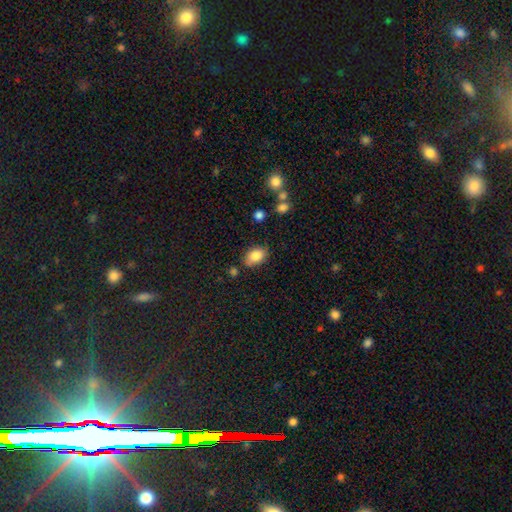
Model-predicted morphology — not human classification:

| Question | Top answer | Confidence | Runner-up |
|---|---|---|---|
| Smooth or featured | smooth | 83% | featured or disk (9%) |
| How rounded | in between | 86% | round (12%) |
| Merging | none | 74% | minor disturbance (18%) |